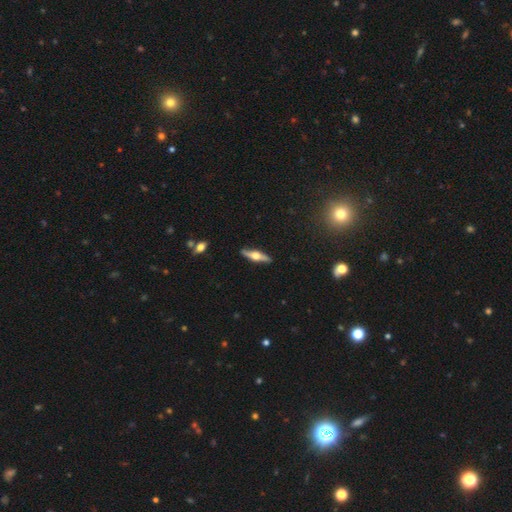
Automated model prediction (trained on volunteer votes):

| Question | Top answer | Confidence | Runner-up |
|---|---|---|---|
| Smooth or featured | featured or disk | 65% | smooth (29%) |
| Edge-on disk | yes | 93% | no (7%) |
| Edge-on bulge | rounded | 95% | boxy (3%) |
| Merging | none | 89% | minor disturbance (8%) |